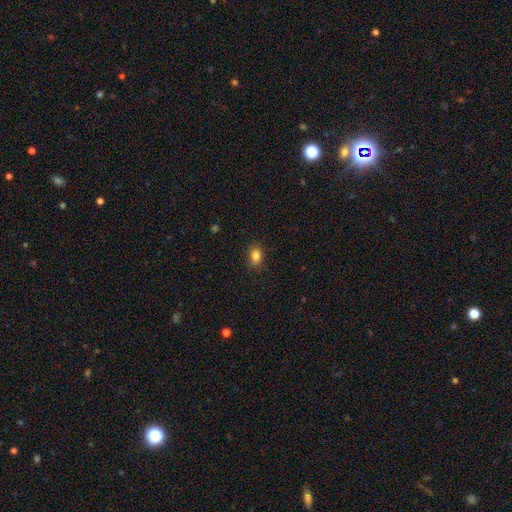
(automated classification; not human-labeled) smooth_or_featured: smooth (p=0.83) [alt: star or artifact p=0.10]
how_rounded: in between (p=0.75) [alt: round p=0.23]
merging: none (p=0.86) [alt: minor disturbance p=0.10]